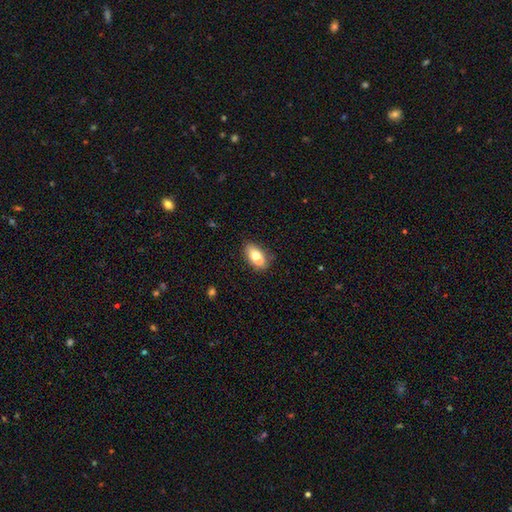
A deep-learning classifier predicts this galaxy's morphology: type=smooth (70%); roundness=in between (87%); merging=none (50%).